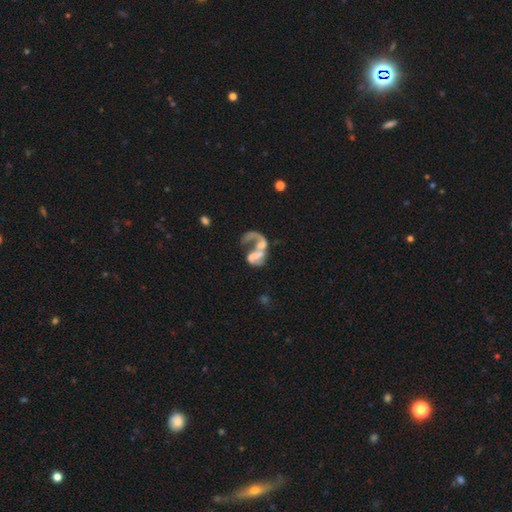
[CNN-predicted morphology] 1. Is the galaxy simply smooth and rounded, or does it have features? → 68% featured or disk, 22% smooth, 10% star or artifact.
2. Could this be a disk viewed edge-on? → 98% no, 2% yes.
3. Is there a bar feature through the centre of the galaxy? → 58% no, 27% weak, 15% strong.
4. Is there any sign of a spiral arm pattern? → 62% yes, 38% no.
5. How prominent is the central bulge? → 45% none, 24% small, 21% moderate, 8% large, 3% dominant.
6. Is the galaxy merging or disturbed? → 44% merger, 33% major disturbance, 16% none, 7% minor disturbance.